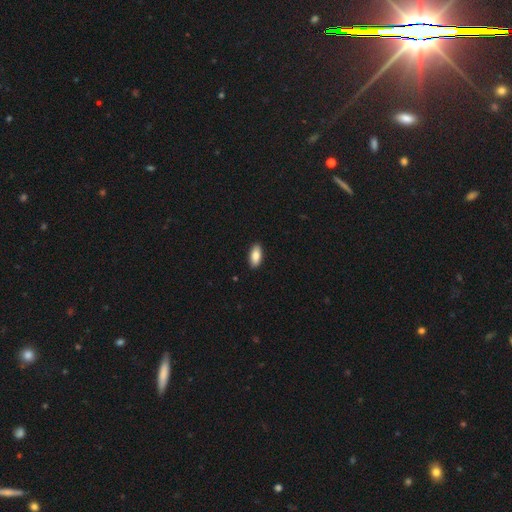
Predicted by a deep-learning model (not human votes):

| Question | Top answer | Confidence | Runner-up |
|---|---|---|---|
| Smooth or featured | smooth | 87% | featured or disk (7%) |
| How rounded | in between | 90% | cigar-shaped (8%) |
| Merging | none | 90% | minor disturbance (7%) |